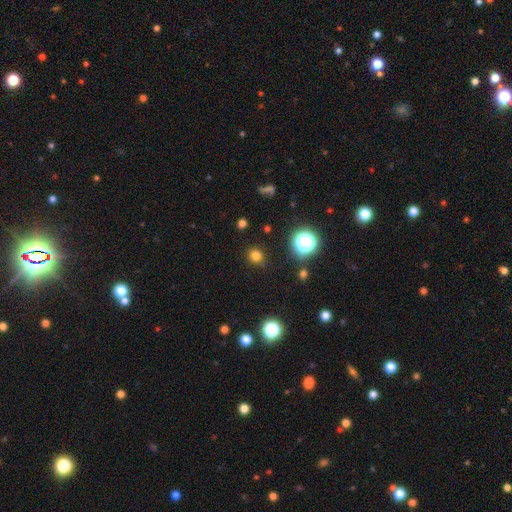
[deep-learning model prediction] This appears to be a smooth galaxy with no disk features (76%) that is round (84%). Merging: none (88%).